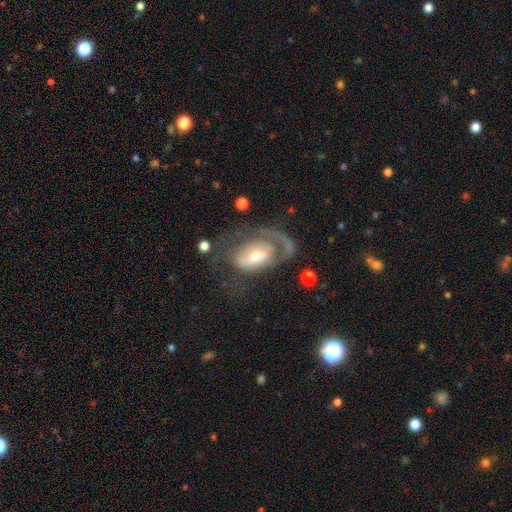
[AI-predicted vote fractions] Q: Smooth or featured?
A: featured or disk (66%); runner-up: smooth (28%)
Q: Edge-on disk?
A: no (94%); runner-up: yes (6%)
Q: Bar?
A: no (57%); runner-up: weak (33%)
Q: Spiral arms?
A: yes (69%); runner-up: no (31%)
Q: Bulge size?
A: moderate (62%); runner-up: small (24%)
Q: Merging?
A: major disturbance (44%); runner-up: none (33%)